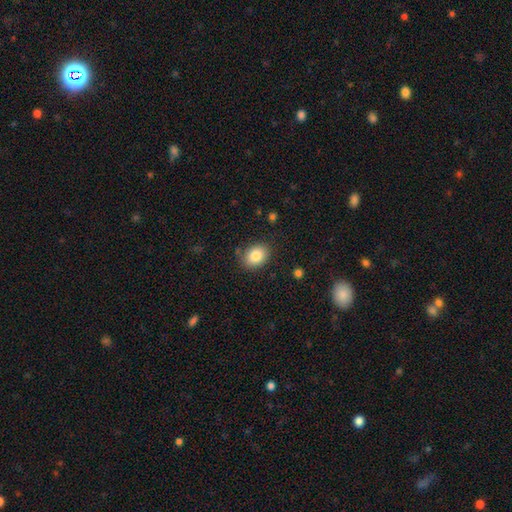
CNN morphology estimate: smooth_or_featured: smooth (p=0.85) [alt: star or artifact p=0.08]
how_rounded: in between (p=0.69) [alt: round p=0.30]
merging: none (p=0.84) [alt: minor disturbance p=0.11]